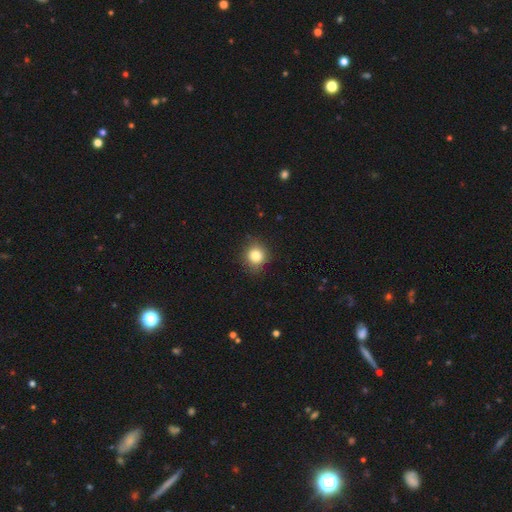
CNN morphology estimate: Overall: smooth (82%). How rounded: round (84%). Merging: none (85%).